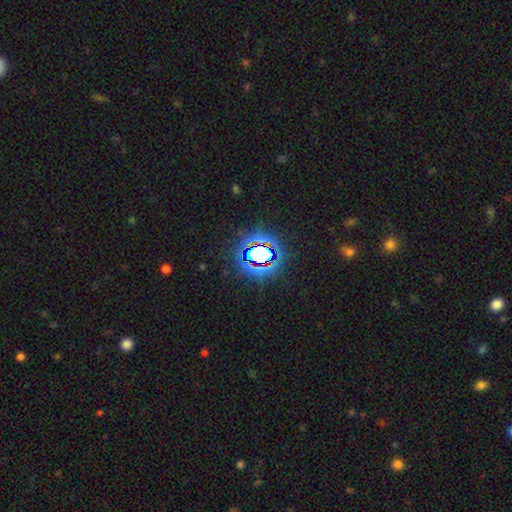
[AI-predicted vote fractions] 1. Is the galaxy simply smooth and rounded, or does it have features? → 73% star or artifact, 17% smooth, 10% featured or disk.